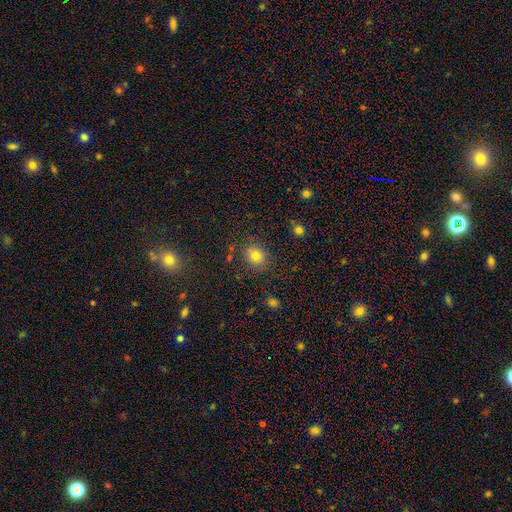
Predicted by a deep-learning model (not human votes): smooth 75%, star or artifact 17%, featured or disk 8%. Down the decision tree: how rounded — round (74%); merging — none (82%).